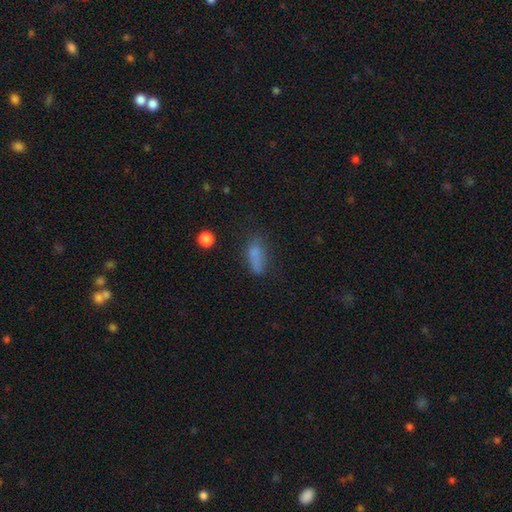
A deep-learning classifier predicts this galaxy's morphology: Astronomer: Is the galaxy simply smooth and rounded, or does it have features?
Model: smooth — 76%.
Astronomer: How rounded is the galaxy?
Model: in between — 65%.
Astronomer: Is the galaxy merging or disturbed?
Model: none — 54%.